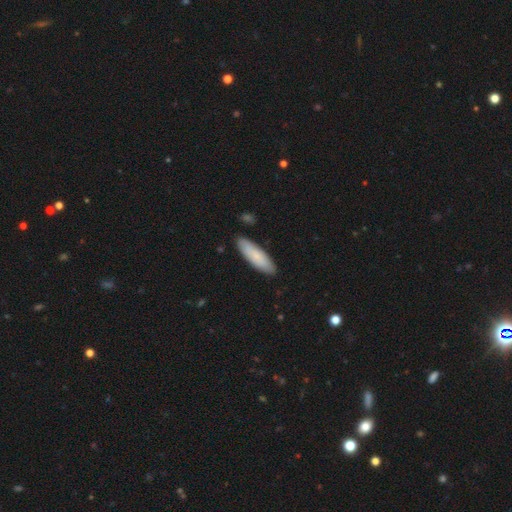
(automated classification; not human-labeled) A smooth galaxy with no disk features (79%) that is cigar-shaped (55%). Merging: none (87%).